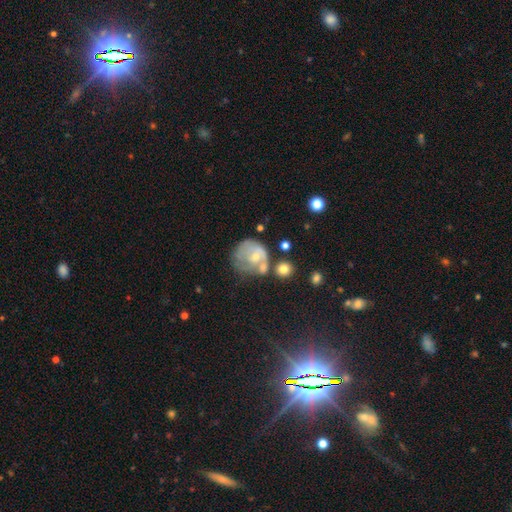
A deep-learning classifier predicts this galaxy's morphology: This appears to be a featured or disk galaxy (49%). Merging: none (33%).